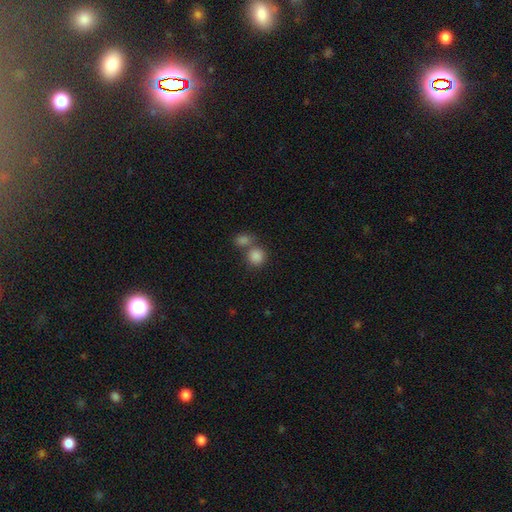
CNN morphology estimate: A smooth galaxy with no disk features (85%) that is round (85%).

Vote fractions:
- Smooth or featured? smooth: 85% / star or artifact: 9% / featured or disk: 5%
- How rounded? round: 85% / in between: 13% / cigar-shaped: 1%
- Merging? none: 49% / merger: 39% / minor disturbance: 8% / major disturbance: 4%